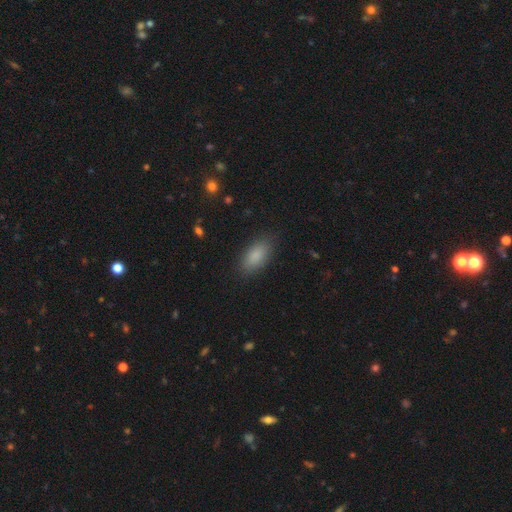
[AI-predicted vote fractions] A smooth galaxy with no disk features (86%) that is in between round and cigar-shaped (88%). Merging: none (85%).